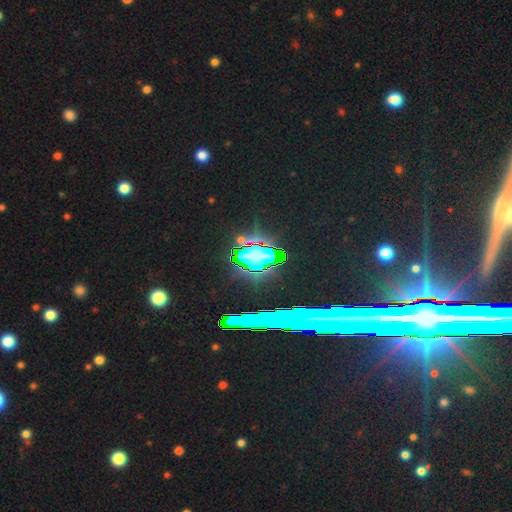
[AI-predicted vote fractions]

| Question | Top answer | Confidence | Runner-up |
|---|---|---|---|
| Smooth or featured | star or artifact | 62% | smooth (25%) |